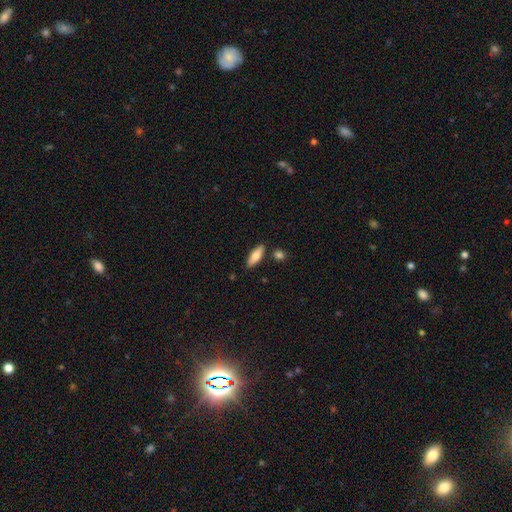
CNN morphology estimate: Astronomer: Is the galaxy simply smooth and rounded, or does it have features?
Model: smooth — 77%.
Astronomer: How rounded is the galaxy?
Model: in between — 61% (runner-up: cigar-shaped, 37%).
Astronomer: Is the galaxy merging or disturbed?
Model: none — 83%.